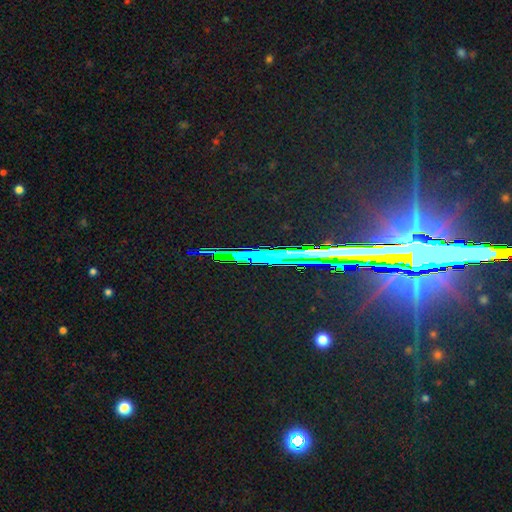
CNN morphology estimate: type=star or artifact (81%).